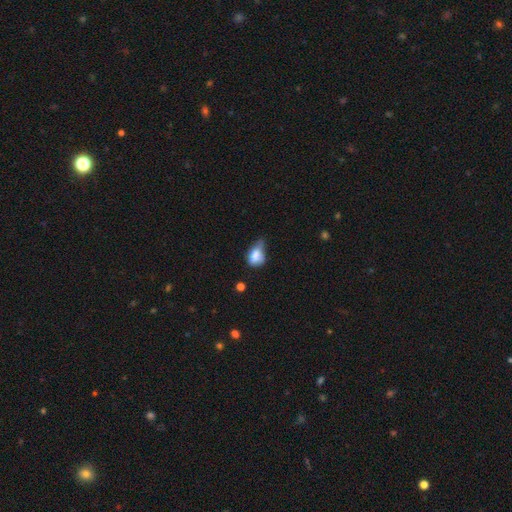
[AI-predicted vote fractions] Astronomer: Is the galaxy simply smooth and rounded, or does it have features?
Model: smooth — 75%.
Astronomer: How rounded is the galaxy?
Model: in between — 77%.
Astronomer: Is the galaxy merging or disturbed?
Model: minor disturbance — 45% (runner-up: major disturbance, 26%).